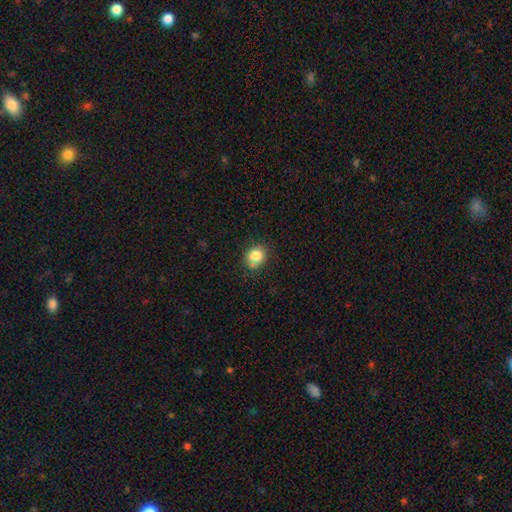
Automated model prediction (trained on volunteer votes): Morphology: type=smooth (83%); roundness=round (78%); merging=none (72%).